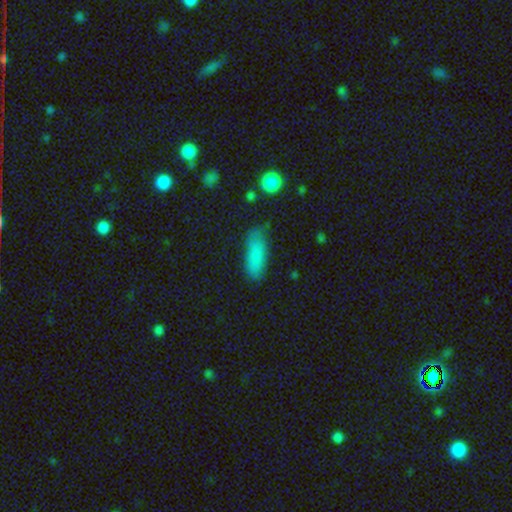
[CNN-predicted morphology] Smooth or featured: smooth — 85% (star or artifact — 8%)
How rounded: in between — 64% (cigar-shaped — 34%)
Merging: none — 73% (minor disturbance — 20%)